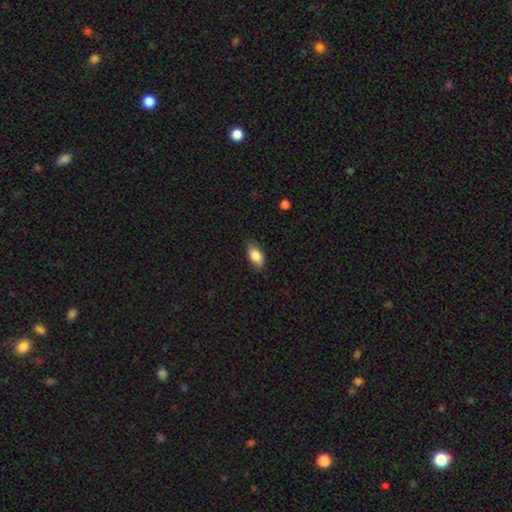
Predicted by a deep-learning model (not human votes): Smooth or featured? Predicted: smooth (p=0.83). How rounded? Predicted: in between (p=0.90). Merging? Predicted: none (p=0.83).